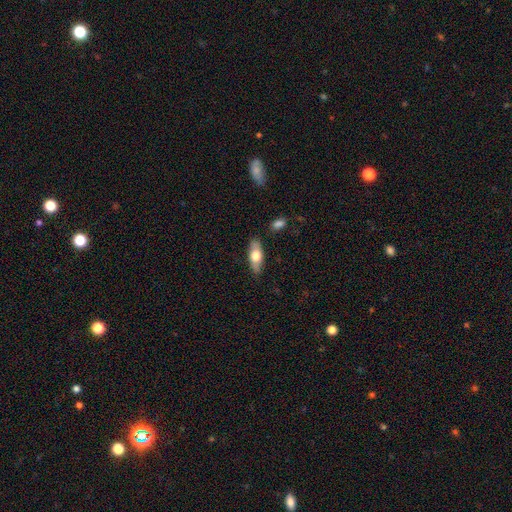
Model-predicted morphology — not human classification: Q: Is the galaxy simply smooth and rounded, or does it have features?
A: smooth — 62%.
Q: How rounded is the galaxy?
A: in between — 75%.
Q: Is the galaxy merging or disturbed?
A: none — 83%.